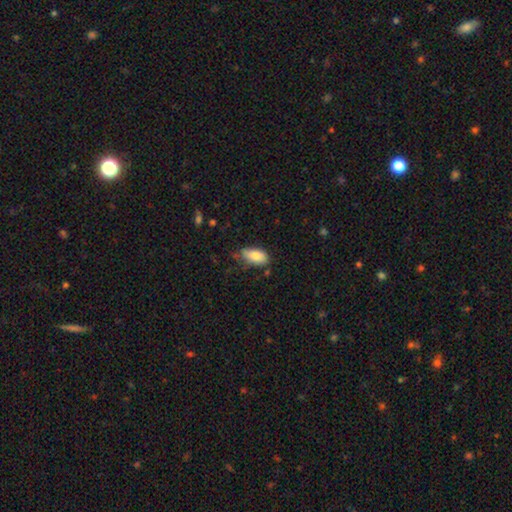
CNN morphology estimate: smooth 81%, featured or disk 12%, star or artifact 7%. Down the decision tree: how rounded — in between (91%); merging — none (60%).